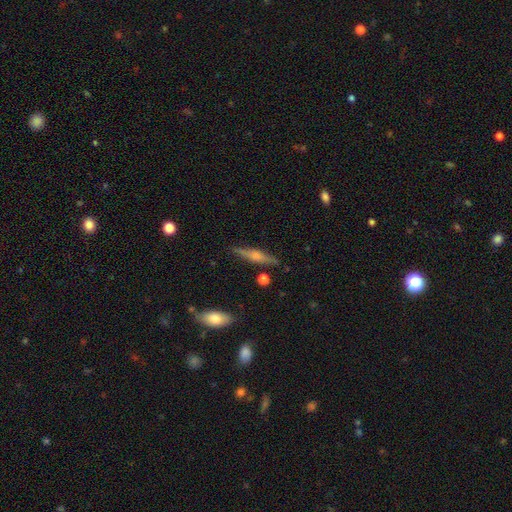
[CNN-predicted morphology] This is likely a featured or disk galaxy (60%). It is clearly viewed edge-on (96%). Edge-on bulge: likely rounded (73%). Merging: clearly none (86%).